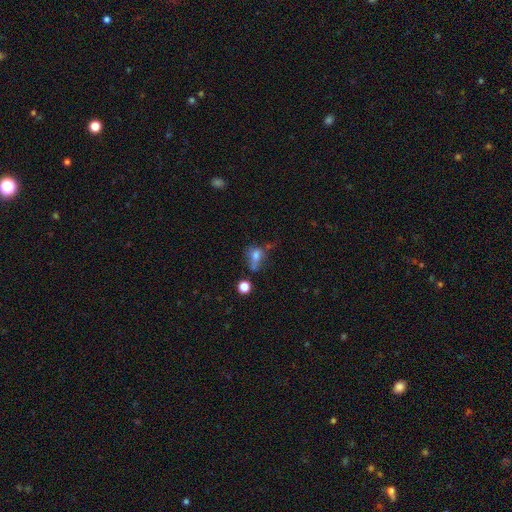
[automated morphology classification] Q: Smooth or featured?
A: smooth (61%); runner-up: featured or disk (23%)
Q: How rounded?
A: in between (66%); runner-up: round (29%)
Q: Merging?
A: none (33%); runner-up: major disturbance (25%)